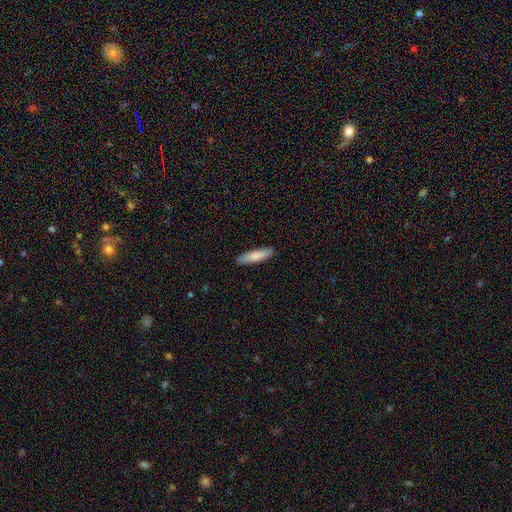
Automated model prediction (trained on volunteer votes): The model was most divided on "how rounded": cigar-shaped: 71%, in between: 28%, round: 1%. More confident: merging — none (91%); smooth or featured — smooth (85%).